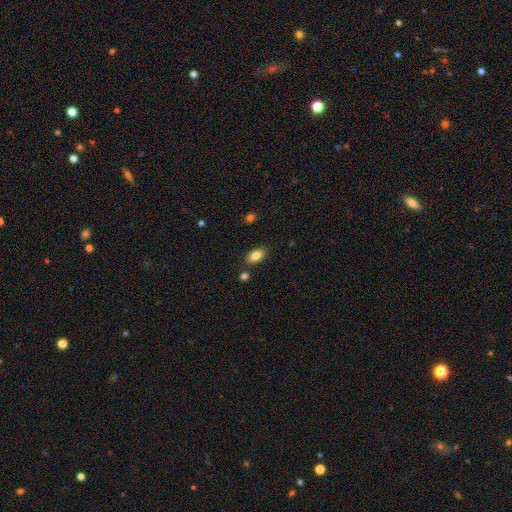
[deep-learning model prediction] smooth_or_featured: smooth (p=0.84) [alt: featured or disk p=0.08]
how_rounded: in between (p=0.91) [alt: round p=0.05]
merging: none (p=0.84) [alt: minor disturbance p=0.10]